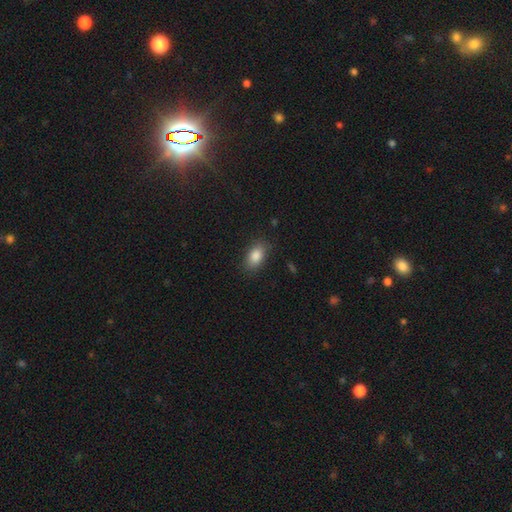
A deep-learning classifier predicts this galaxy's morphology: Overall: smooth (86%). How rounded: in between (89%). Merging: none (82%).